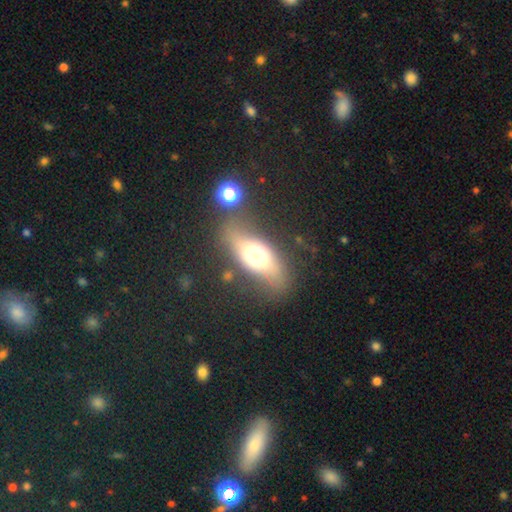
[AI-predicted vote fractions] Smooth or featured? smooth (56%)
How rounded? in between (73%)
Merging? none (64%)